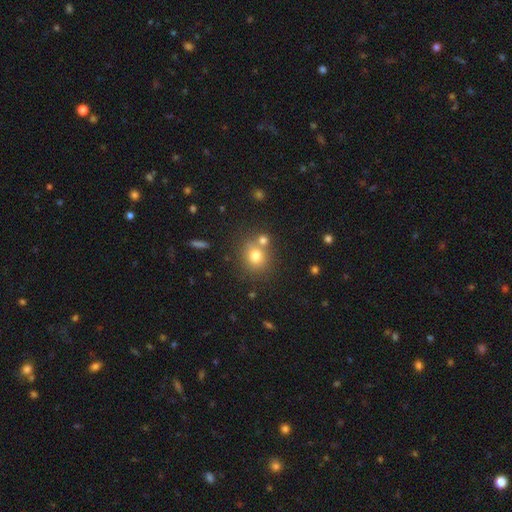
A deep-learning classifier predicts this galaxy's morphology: The model was most divided on "merging": none: 64%, merger: 23%, minor disturbance: 10%, major disturbance: 4%. More confident: how rounded — round (79%); smooth or featured — smooth (76%).